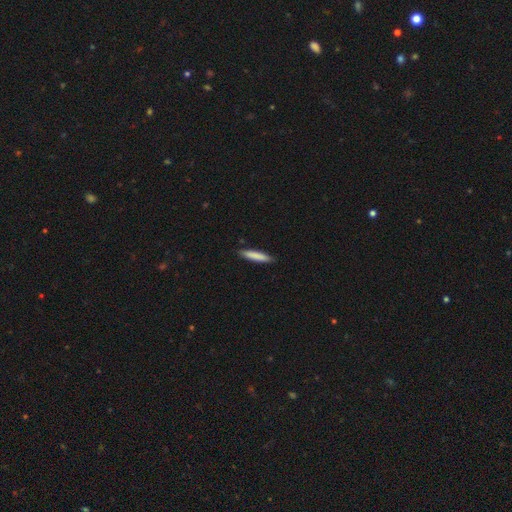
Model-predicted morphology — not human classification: Smooth or featured? Predicted: smooth (p=0.83). How rounded? Predicted: cigar-shaped (p=0.90). Merging? Predicted: none (p=0.89).